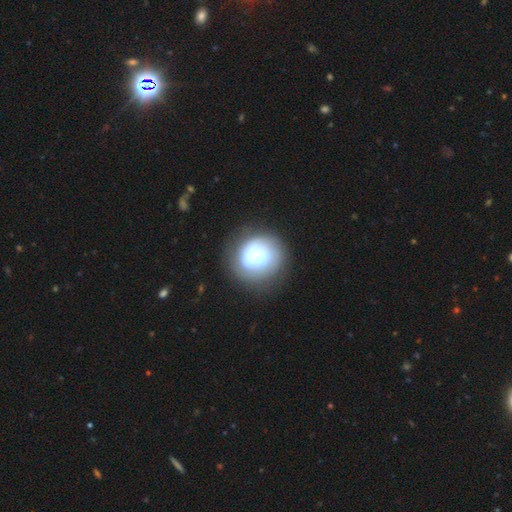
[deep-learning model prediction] A smooth galaxy with no disk features (50%).

Vote fractions:
- Smooth or featured? smooth: 50% / featured or disk: 42% / star or artifact: 8%
- Merging? none: 65% / minor disturbance: 19% / major disturbance: 12% / merger: 4%